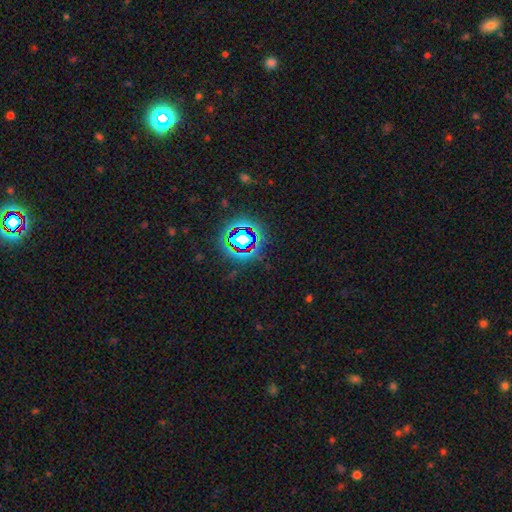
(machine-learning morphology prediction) star or artifact 75%, smooth 15%, featured or disk 10%.